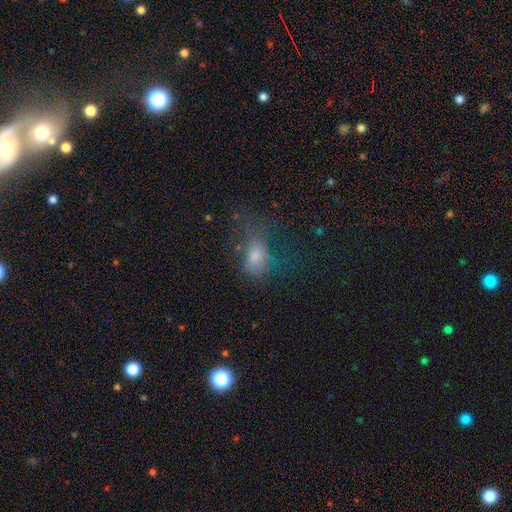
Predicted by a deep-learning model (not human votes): The model was most divided on "merging": major disturbance: 38%, none: 37%, minor disturbance: 23%, merger: 3%. More confident: how rounded — in between (79%); smooth or featured — smooth (64%).